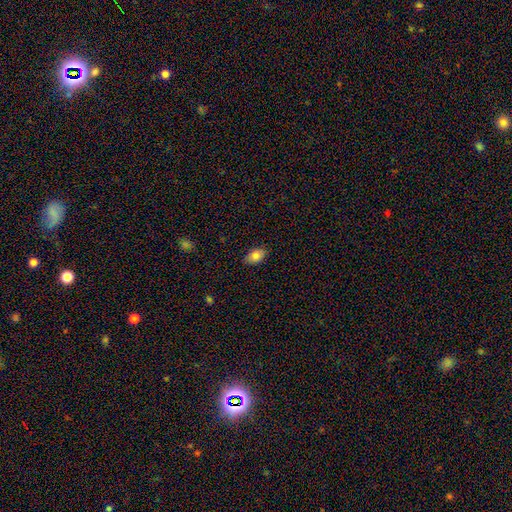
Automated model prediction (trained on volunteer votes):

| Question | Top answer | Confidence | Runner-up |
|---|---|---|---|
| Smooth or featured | smooth | 82% | featured or disk (10%) |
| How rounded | in between | 89% | round (9%) |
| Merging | none | 86% | minor disturbance (11%) |